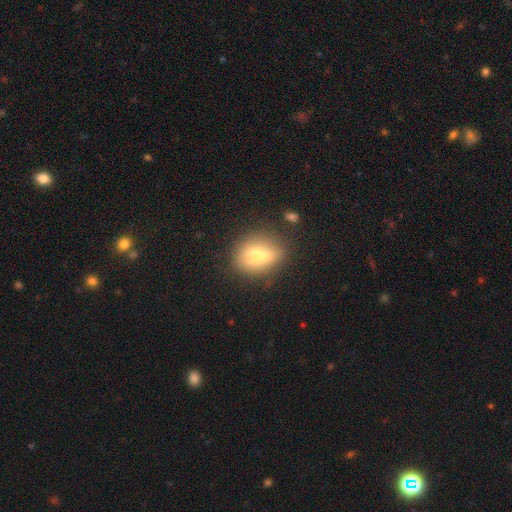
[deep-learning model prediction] The model was most divided on "merging" (2-way tie): none: 41%, merger: 41%, minor disturbance: 12%, major disturbance: 5%. More confident: smooth or featured — smooth (60%); how rounded — round (57%).